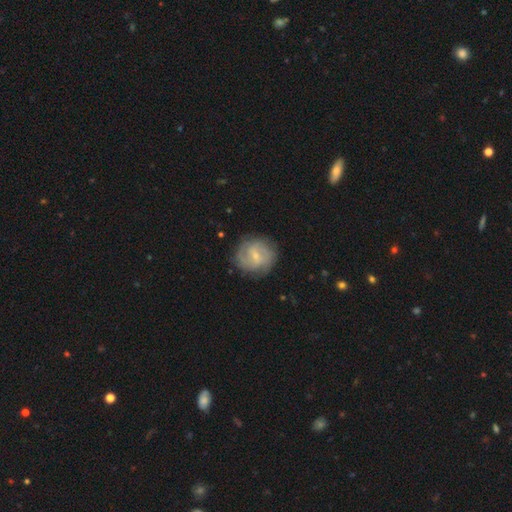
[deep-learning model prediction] smooth-or-featured: featured or disk: 73% | smooth: 21% | star or artifact: 6%
  disk-edge-on: no: 98% | yes: 2%
    bar: weak: 60% | no: 25% | strong: 16%
    has-spiral-arms: yes: 90% | no: 10%
      spiral-winding: tight: 46% | medium: 39% | loose: 15%
      spiral-arm-count: 2: 49% | can't tell: 27% | 3: 12% | 4: 4% | 1: 4% | more than 4: 3%
    bulge-size: small: 68% | moderate: 26% | none: 5% | large: 1% | dominant: 1%
  merging: none: 80% | minor disturbance: 14% | major disturbance: 5% | merger: 1%